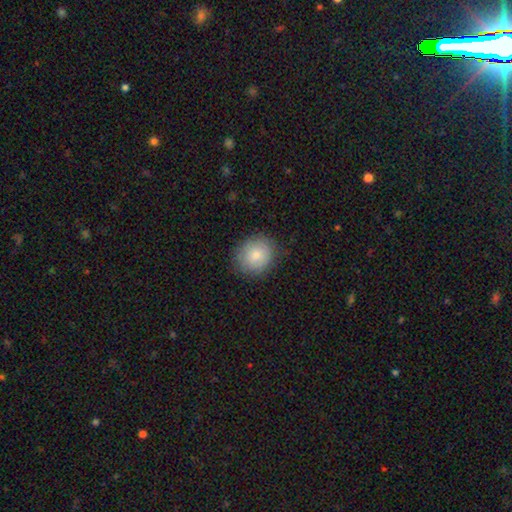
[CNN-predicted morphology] smooth_or_featured: smooth (p=0.81) [alt: featured or disk p=0.11]
how_rounded: round (p=0.76) [alt: in between p=0.23]
merging: none (p=0.81) [alt: minor disturbance p=0.14]